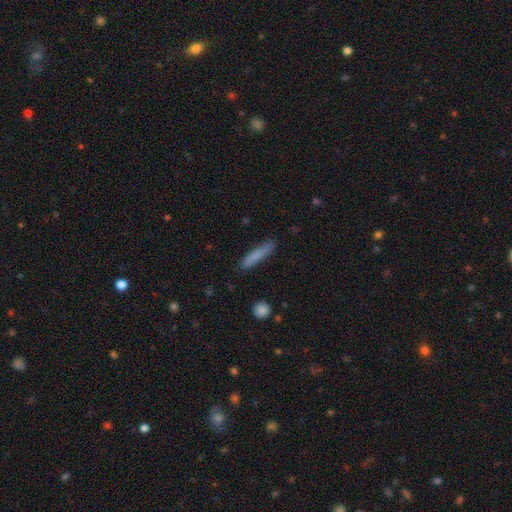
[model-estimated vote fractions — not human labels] Morphology: type=smooth (78%); roundness=cigar-shaped (92%); merging=none (84%).